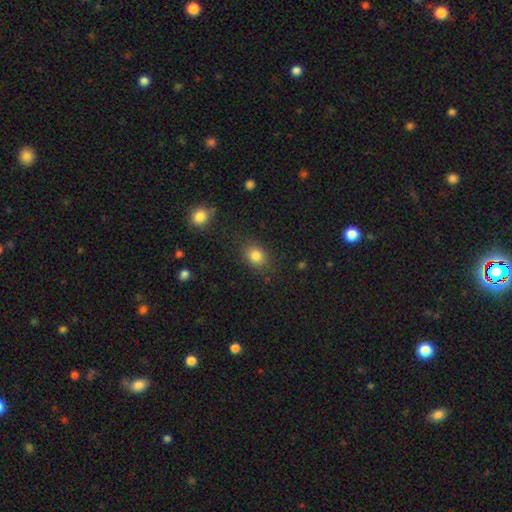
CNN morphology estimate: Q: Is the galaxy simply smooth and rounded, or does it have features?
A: smooth — 83%.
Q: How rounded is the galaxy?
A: round — 51%.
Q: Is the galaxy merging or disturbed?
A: none — 81%.